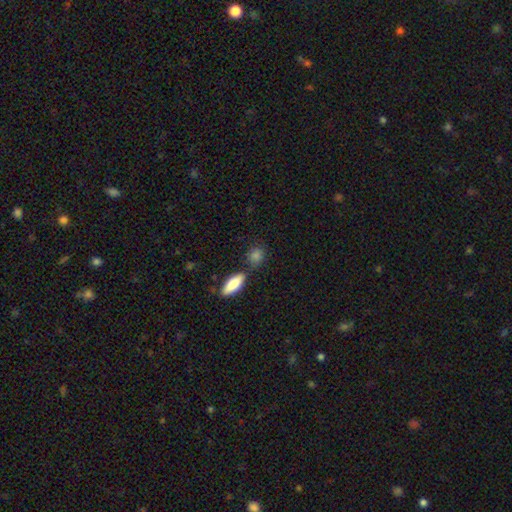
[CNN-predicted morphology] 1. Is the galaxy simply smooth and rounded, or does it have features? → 84% smooth, 9% star or artifact, 7% featured or disk.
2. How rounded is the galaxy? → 49% round, 42% in between, 9% cigar-shaped.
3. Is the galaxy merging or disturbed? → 68% none, 15% merger, 14% minor disturbance, 4% major disturbance.